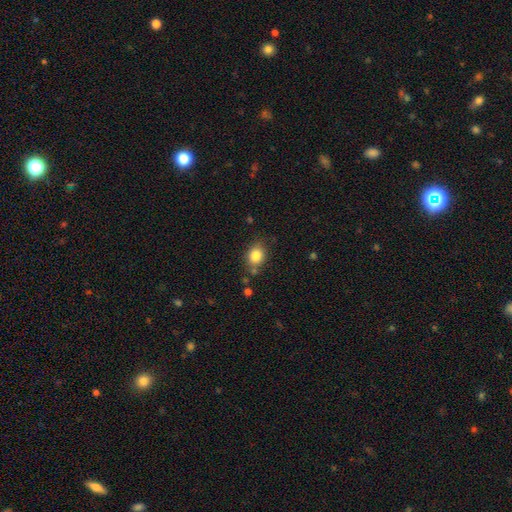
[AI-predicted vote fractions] The model was most divided on "how rounded": round: 53%, in between: 46%, cigar-shaped: 1%. More confident: smooth or featured — smooth (83%); merging — none (74%).